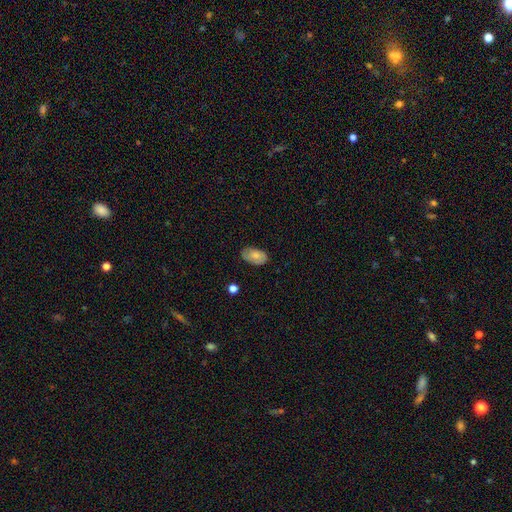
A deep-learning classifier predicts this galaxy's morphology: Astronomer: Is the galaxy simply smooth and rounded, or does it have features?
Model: smooth — 68%.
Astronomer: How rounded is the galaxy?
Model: in between — 92%.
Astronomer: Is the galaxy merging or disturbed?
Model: none — 76%.